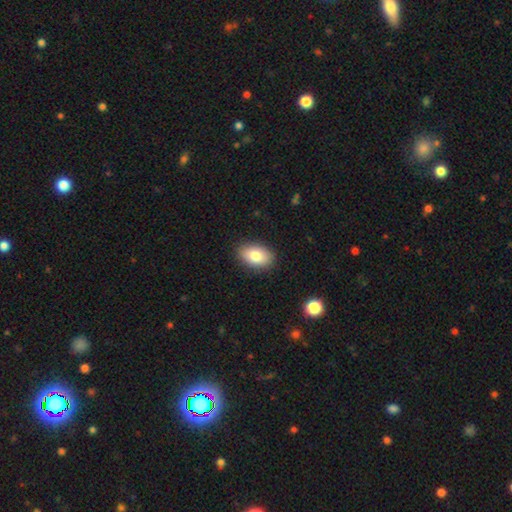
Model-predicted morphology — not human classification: This appears to be a smooth galaxy with no disk features (81%) that is in between round and cigar-shaped (89%). Merging: none (88%).